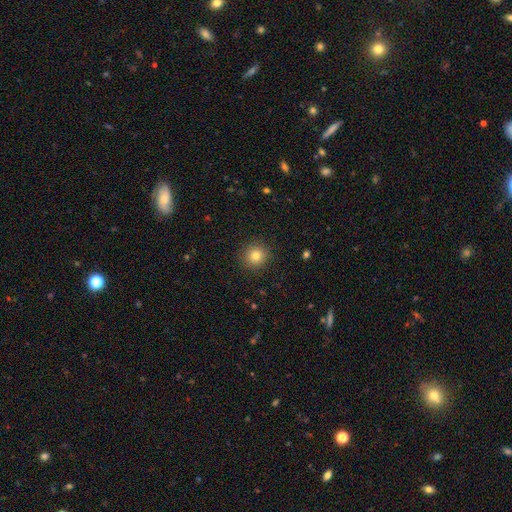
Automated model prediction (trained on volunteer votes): Morphology: type=smooth (80%); roundness=round (92%); merging=none (91%).